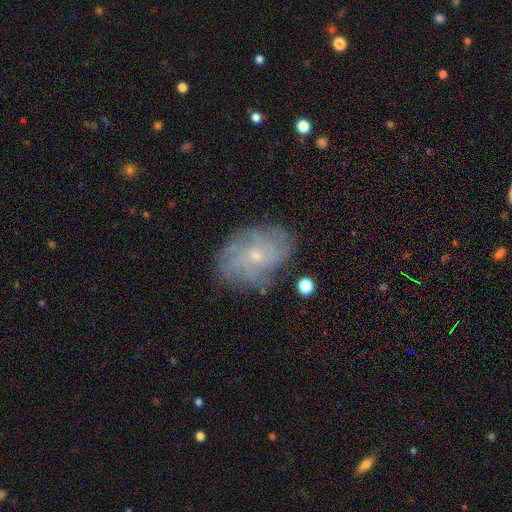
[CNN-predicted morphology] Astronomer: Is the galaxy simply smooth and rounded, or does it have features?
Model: featured or disk — 63%.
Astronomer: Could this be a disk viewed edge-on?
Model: no — 96%.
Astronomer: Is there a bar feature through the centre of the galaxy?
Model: no — 79%.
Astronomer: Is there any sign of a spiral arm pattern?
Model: yes — 76%.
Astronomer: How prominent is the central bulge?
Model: small — 78%.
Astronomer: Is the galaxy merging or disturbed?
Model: none — 75%.